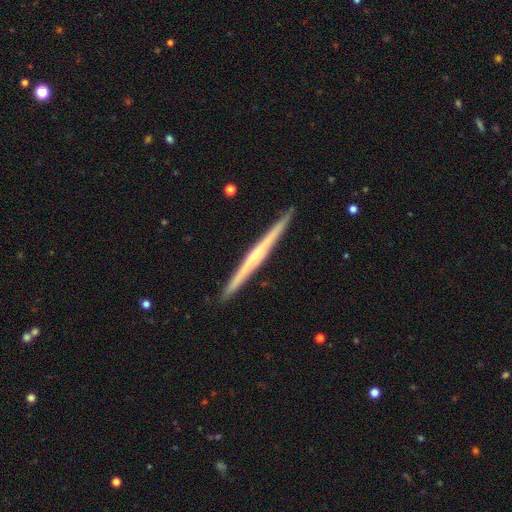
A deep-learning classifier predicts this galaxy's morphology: This is likely a featured or disk galaxy (72%). It is clearly viewed edge-on (98%). Edge-on bulge: possibly none (53%). Merging: clearly none (93%).